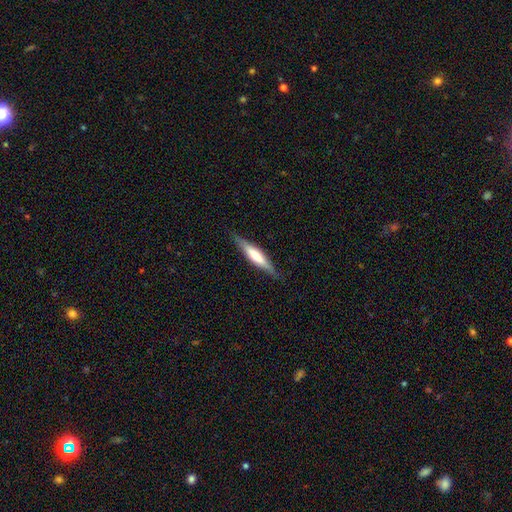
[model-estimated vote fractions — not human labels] Smooth or featured? featured or disk (52%)
Edge-on disk? yes (94%)
Merging? none (86%)